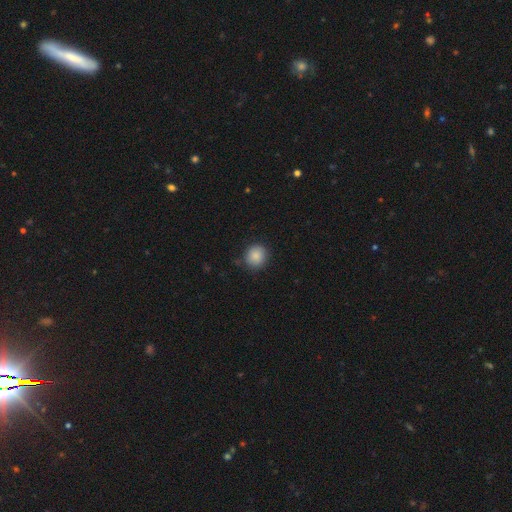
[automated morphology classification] A smooth galaxy with no disk features (88%) that is round (88%).

Vote fractions:
- Smooth or featured? smooth: 88% / star or artifact: 9% / featured or disk: 4%
- How rounded? round: 88% / in between: 11% / cigar-shaped: 1%
- Merging? none: 86% / minor disturbance: 10% / major disturbance: 2% / merger: 1%